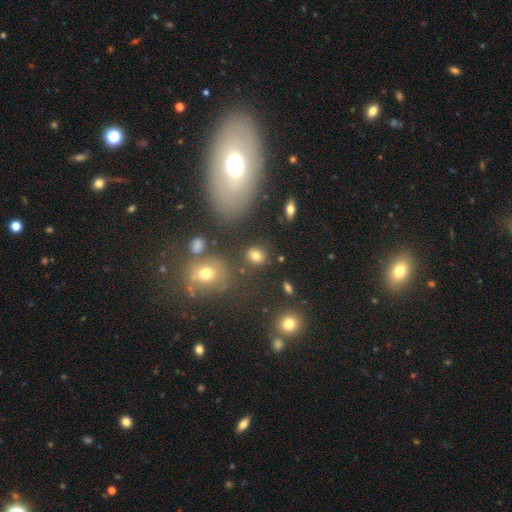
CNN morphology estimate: A smooth galaxy with no disk features (76%) that is round (61%).

Vote fractions:
- Smooth or featured? smooth: 76% / star or artifact: 14% / featured or disk: 10%
- How rounded? round: 61% / in between: 37% / cigar-shaped: 2%
- Merging? none: 78% / minor disturbance: 11% / merger: 6% / major disturbance: 4%